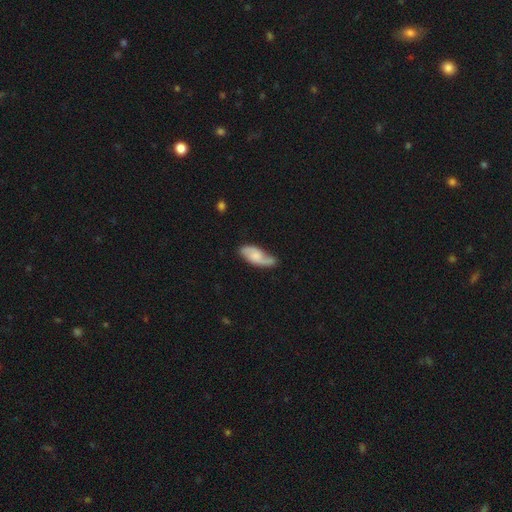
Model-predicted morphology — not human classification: This is possibly a featured or disk galaxy (53%). It is clearly not viewed edge-on (90%). Merging: possibly none (54%).